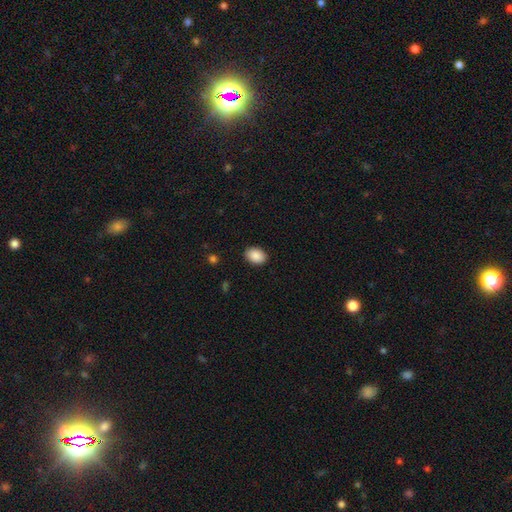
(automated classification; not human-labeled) A smooth galaxy with no disk features (90%) that is in between round and cigar-shaped (78%). Merging: none (89%).